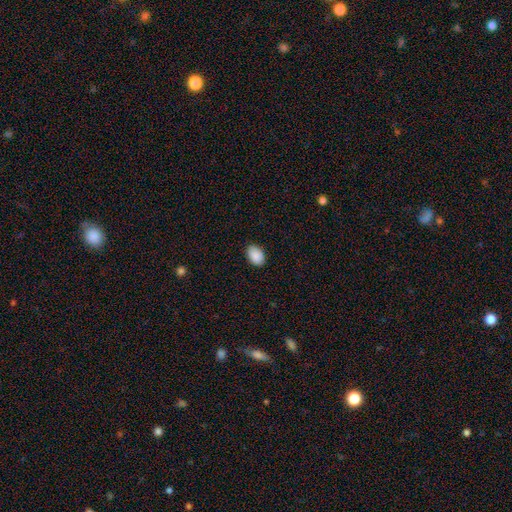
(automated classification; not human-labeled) Smooth or featured? Predicted: smooth (p=0.90). How rounded? Predicted: in between (p=0.86). Merging? Predicted: none (p=0.86).